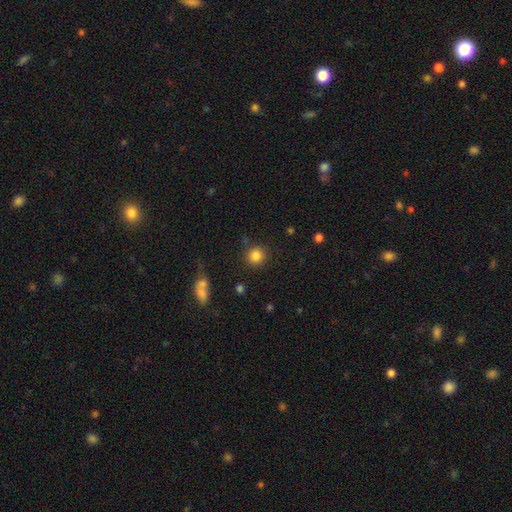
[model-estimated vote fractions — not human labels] smooth 84%, star or artifact 11%, featured or disk 5%. Down the decision tree: how rounded — round (92%); merging — none (84%).